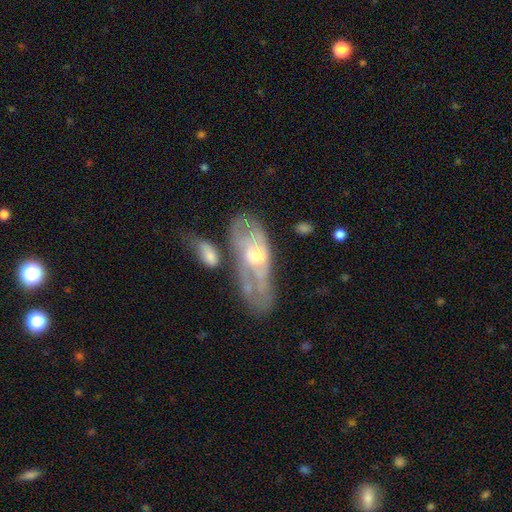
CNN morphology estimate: Smooth or featured? Predicted: featured or disk (p=0.66). Edge-on disk? Predicted: no (p=0.84). Bar? Predicted: no (p=0.72). Spiral arms? Predicted: yes (p=0.56). Bulge size? Predicted: moderate (p=0.55). Merging? Predicted: none (p=0.40).